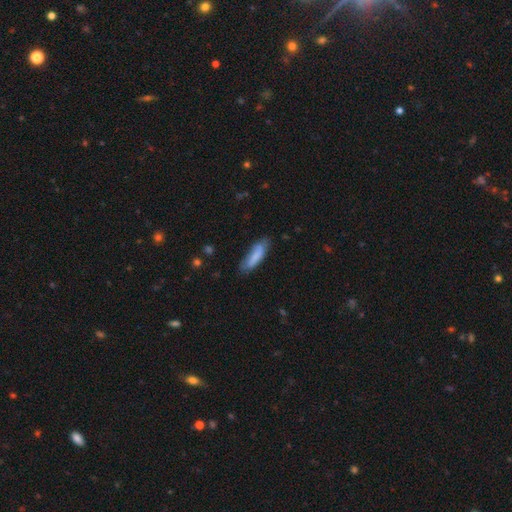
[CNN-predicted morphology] type=smooth (78%); roundness=cigar-shaped (60%); merging=none (68%).